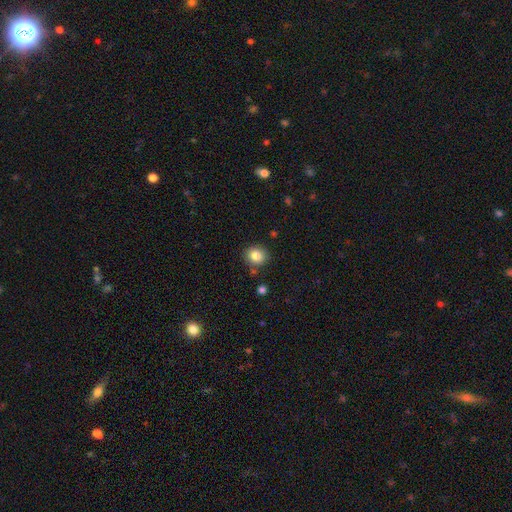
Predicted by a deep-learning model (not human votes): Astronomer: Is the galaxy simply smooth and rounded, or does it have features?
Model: smooth — 83%.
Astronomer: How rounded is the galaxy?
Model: round — 81%.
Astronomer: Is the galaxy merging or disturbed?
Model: none — 83%.